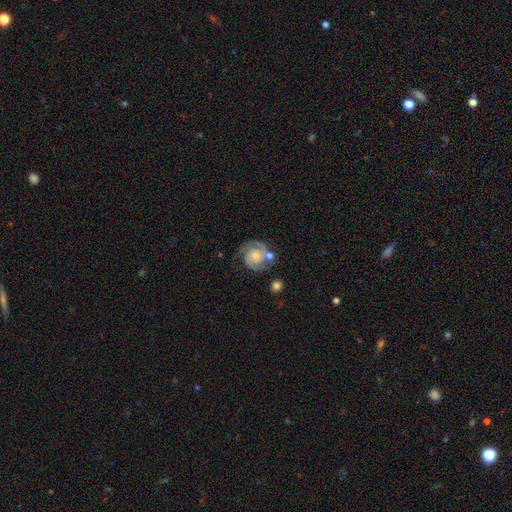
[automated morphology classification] This is clearly a featured or disk galaxy (83%). It is clearly not viewed edge-on (98%). Bar: likely no (74%). Spiral arm pattern: clearly yes (97%). Spiral arm count: clearly 2 (82%). Spiral winding: possibly tight (58%). Central bulge: possibly small (51%). Merging: likely none (64%).